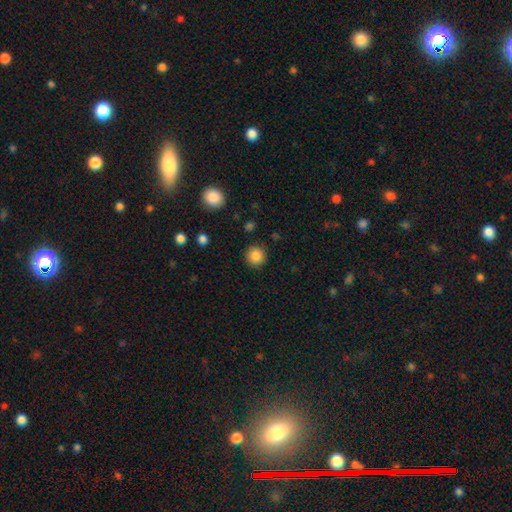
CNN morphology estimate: Smooth or featured? Predicted: smooth (p=0.85). How rounded? Predicted: round (p=0.94). Merging? Predicted: none (p=0.90).